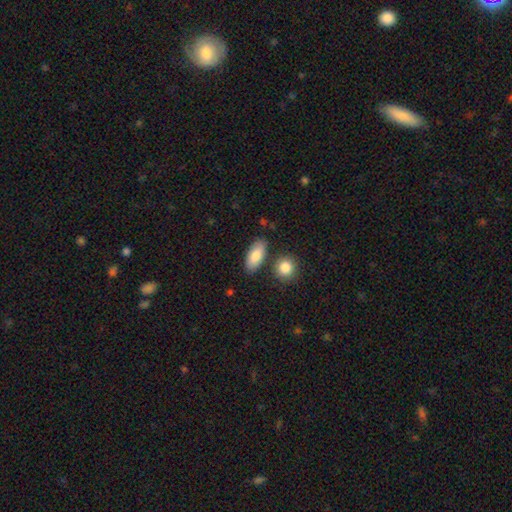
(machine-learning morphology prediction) Smooth or featured: smooth — 83% (featured or disk — 12%)
How rounded: in between — 87% (cigar-shaped — 9%)
Merging: none — 79% (minor disturbance — 10%)